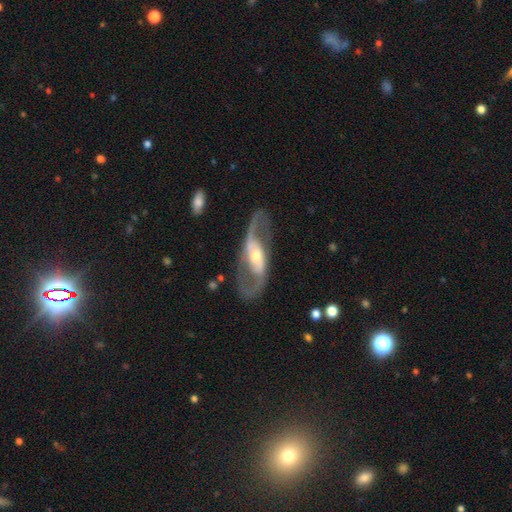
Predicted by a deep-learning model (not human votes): Smooth or featured? featured or disk (87%)
Edge-on disk? no (92%)
Bar? strong (35%)
Spiral arms? yes (90%)
Spiral winding? medium (48%)
Spiral arm count? 2 (90%)
Bulge size? moderate (59%)
Merging? none (74%)